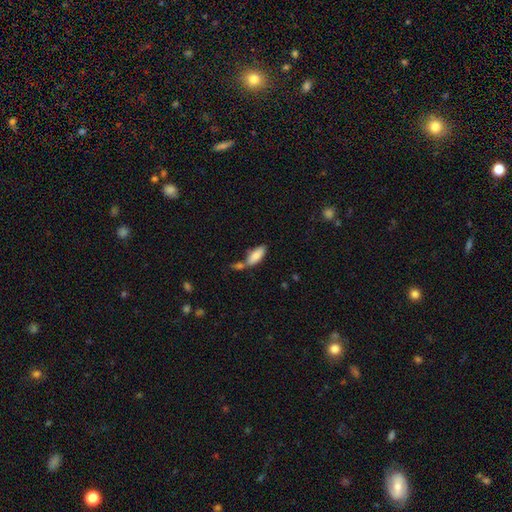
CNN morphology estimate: This is clearly a smooth galaxy (84%). How rounded: likely in between (79%). Merging: possibly none (49%).